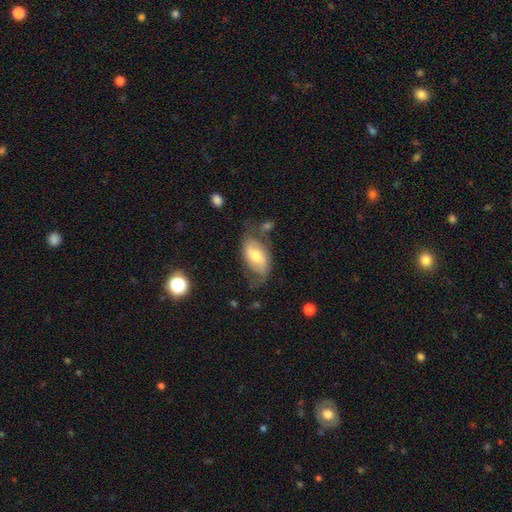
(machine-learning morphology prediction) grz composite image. It shows a featured or disk galaxy (51%). Merging: none (54%).